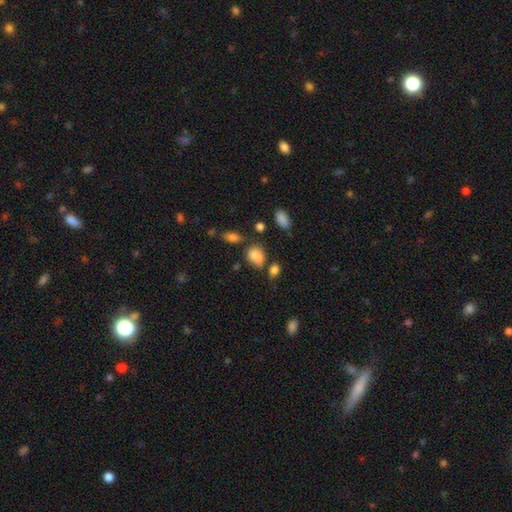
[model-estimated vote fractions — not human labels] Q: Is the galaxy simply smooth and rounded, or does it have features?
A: smooth — 81%.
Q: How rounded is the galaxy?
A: in between — 55%.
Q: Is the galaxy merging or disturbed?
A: none — 49%.